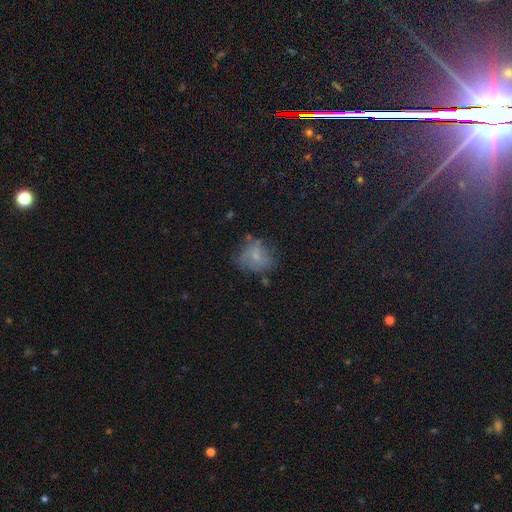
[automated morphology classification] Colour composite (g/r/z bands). It shows a smooth galaxy with no disk features (57%) that is round (63%). Merging: none (53%).